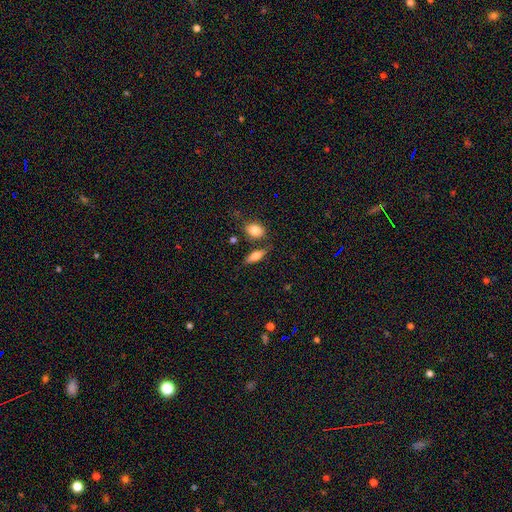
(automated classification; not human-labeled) The model was most divided on "how rounded": in between: 64%, cigar-shaped: 32%, round: 4%. More confident: merging — none (71%); smooth or featured — smooth (67%).